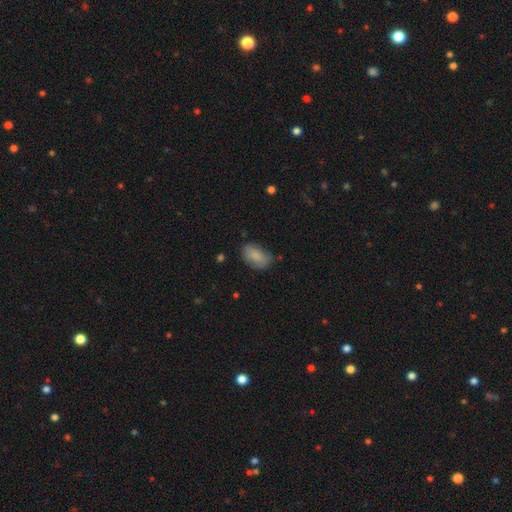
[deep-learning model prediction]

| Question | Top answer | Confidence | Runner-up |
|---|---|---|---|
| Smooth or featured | smooth | 84% | featured or disk (9%) |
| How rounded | in between | 89% | round (9%) |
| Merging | none | 66% | minor disturbance (26%) |